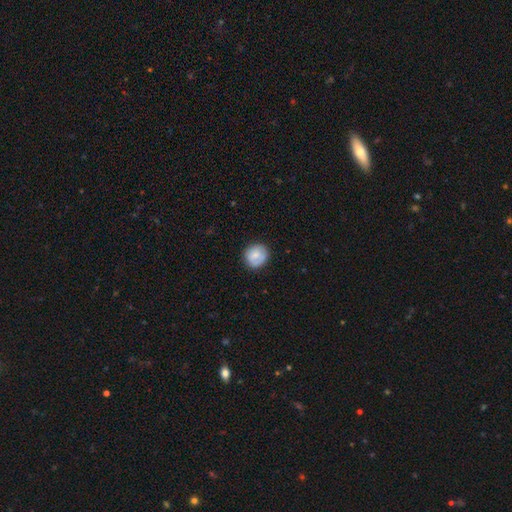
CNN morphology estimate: smooth 76%, featured or disk 17%, star or artifact 7%. Down the decision tree: how rounded — round (85%); merging — none (78%).